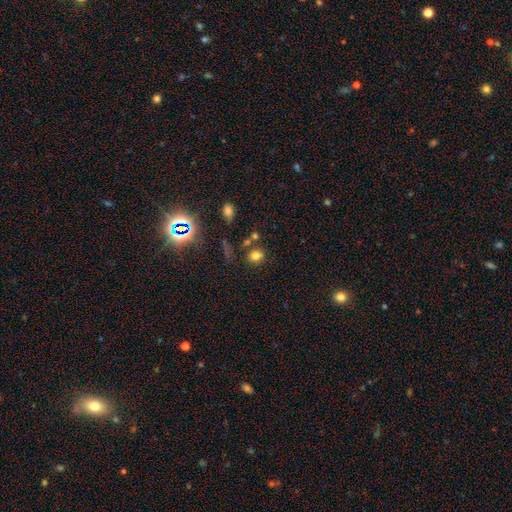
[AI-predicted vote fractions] This is likely a smooth galaxy (74%). How rounded: likely round (63%). Merging: likely none (70%).